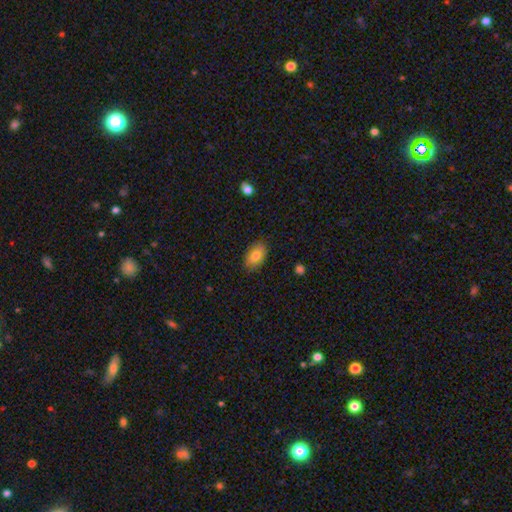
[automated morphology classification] This appears to be a smooth galaxy with no disk features (78%) that is in between round and cigar-shaped (89%). Merging: none (85%).